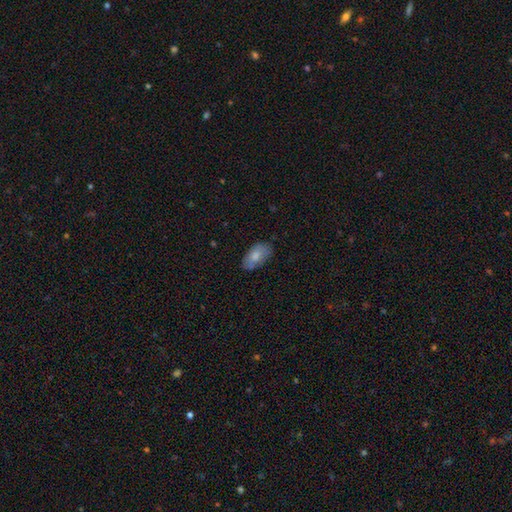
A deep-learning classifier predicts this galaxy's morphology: Smooth or featured?
  - smooth: 78% *
  - featured or disk: 16%
  - star or artifact: 6%
How rounded?
  - in between: 94% *
  - round: 3%
  - cigar-shaped: 3%
Merging?
  - none: 74% *
  - minor disturbance: 20%
  - major disturbance: 4%
  - merger: 2%